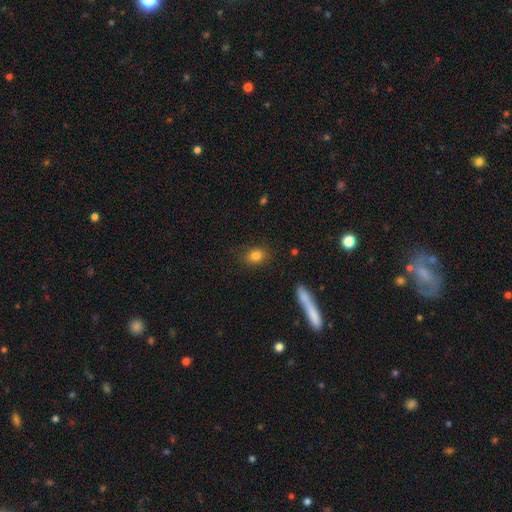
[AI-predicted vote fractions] A smooth galaxy with no disk features (83%) that is in between round and cigar-shaped (57%).

Vote fractions:
- Smooth or featured? smooth: 83% / star or artifact: 10% / featured or disk: 7%
- How rounded? in between: 57% / round: 41% / cigar-shaped: 2%
- Merging? none: 83% / minor disturbance: 12% / major disturbance: 3% / merger: 2%